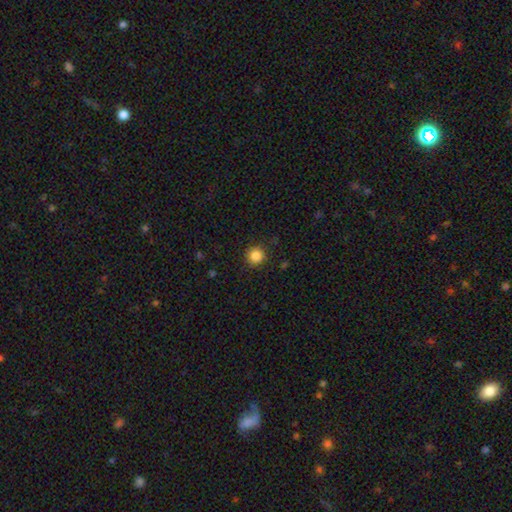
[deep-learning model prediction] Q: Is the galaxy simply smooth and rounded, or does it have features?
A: smooth — 86%.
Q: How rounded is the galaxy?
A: round — 94%.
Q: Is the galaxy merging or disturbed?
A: none — 88%.